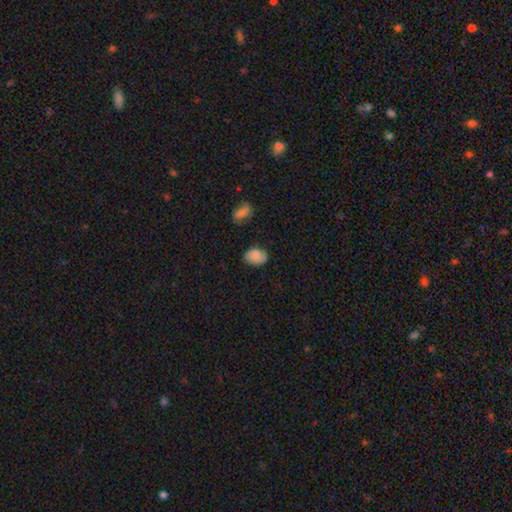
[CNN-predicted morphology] smooth 72%, featured or disk 19%, star or artifact 9%. Down the decision tree: how rounded — in between (74%); merging — none (71%).